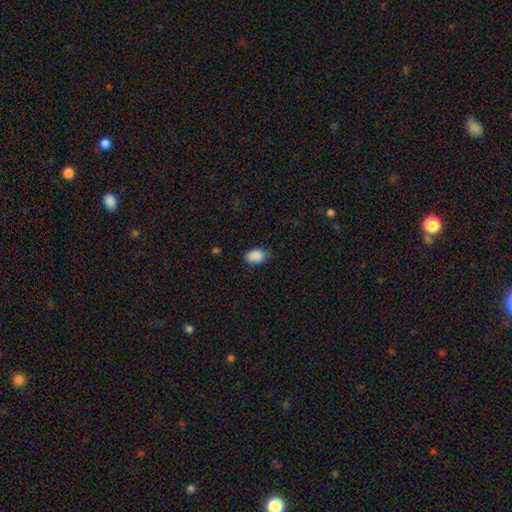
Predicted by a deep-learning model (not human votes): Smooth or featured: smooth — 89% (star or artifact — 7%)
How rounded: in between — 91% (round — 8%)
Merging: none — 76% (minor disturbance — 20%)